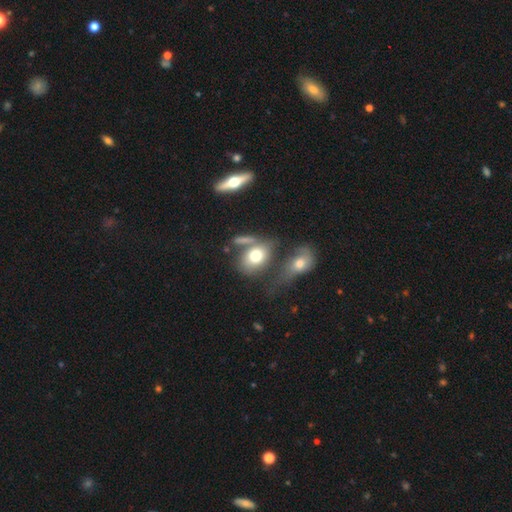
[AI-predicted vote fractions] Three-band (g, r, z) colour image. It shows a smooth galaxy with no disk features (72%) that is in between round and cigar-shaped (63%). Merging: none (40%).